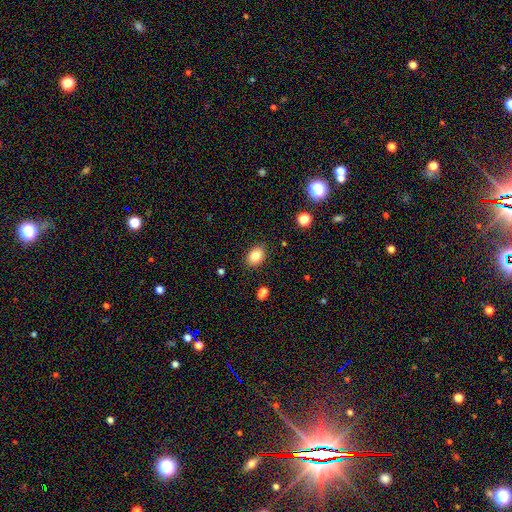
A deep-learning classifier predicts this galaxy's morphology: smooth-or-featured: smooth: 82% | star or artifact: 10% | featured or disk: 8%
  how-rounded: in between: 68% | round: 31% | cigar-shaped: 1%
  merging: none: 87% | minor disturbance: 9% | major disturbance: 2% | merger: 2%